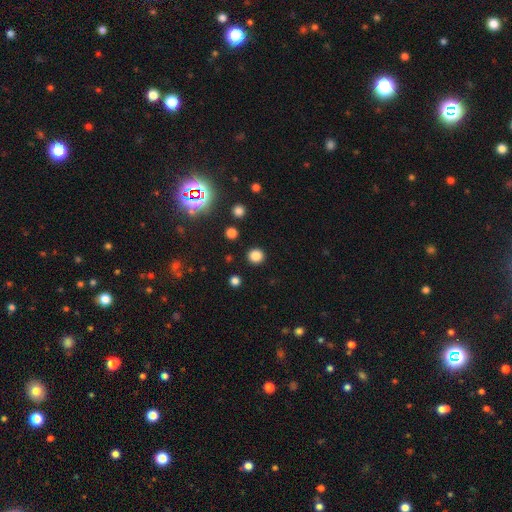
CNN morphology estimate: Smooth or featured: smooth — 82% (star or artifact — 14%)
How rounded: round — 93% (in between — 6%)
Merging: none — 91% (minor disturbance — 5%)